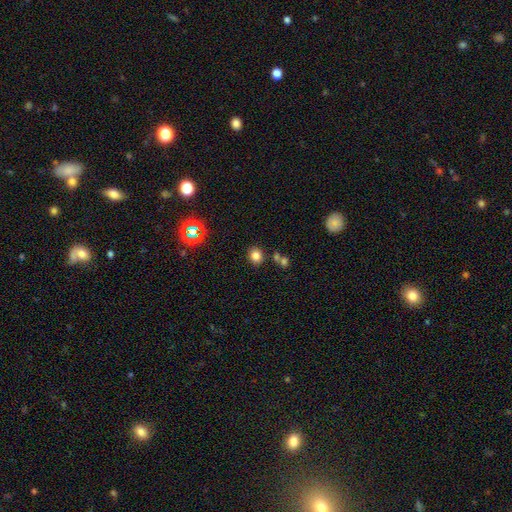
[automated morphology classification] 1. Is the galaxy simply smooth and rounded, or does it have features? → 78% smooth, 16% star or artifact, 6% featured or disk.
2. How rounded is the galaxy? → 70% round, 29% in between, 1% cigar-shaped.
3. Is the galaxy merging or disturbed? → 79% none, 9% merger, 9% minor disturbance, 3% major disturbance.